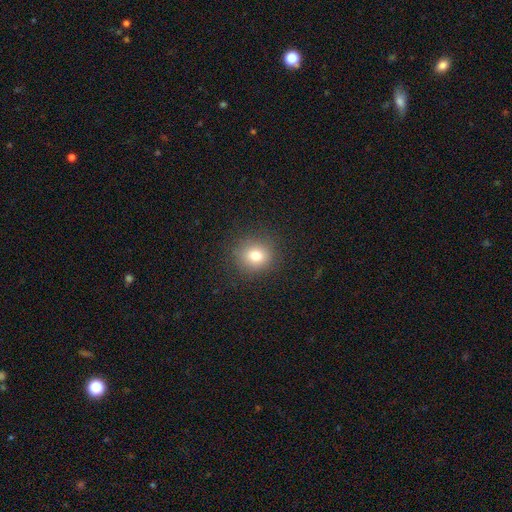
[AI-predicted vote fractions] This appears to be a smooth galaxy with no disk features (78%) that is round (84%). Merging: none (88%).